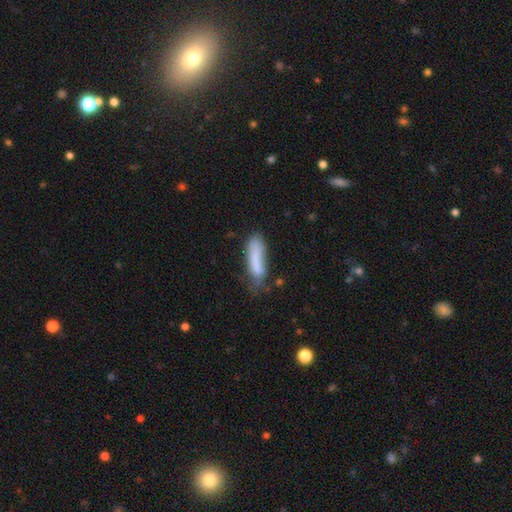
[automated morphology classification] Smooth or featured: smooth — 75% (featured or disk — 17%)
How rounded: cigar-shaped — 60% (in between — 38%)
Merging: none — 45% (minor disturbance — 32%)